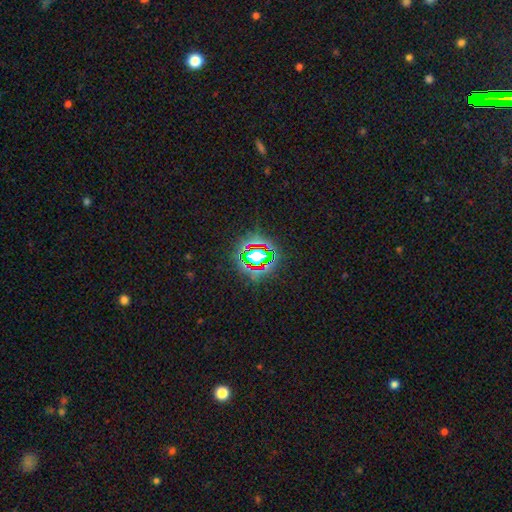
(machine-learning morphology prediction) This is likely a star or artifact rather than a galaxy (68%).